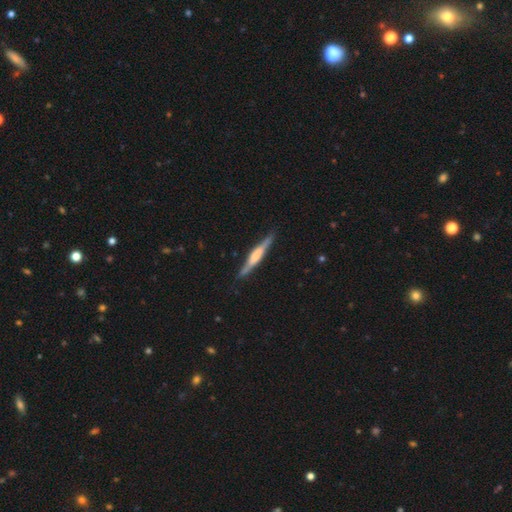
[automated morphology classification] A featured or disk galaxy (62%) viewed edge-on (96%) with a rounded central bulge (43%). Merging: none (86%).